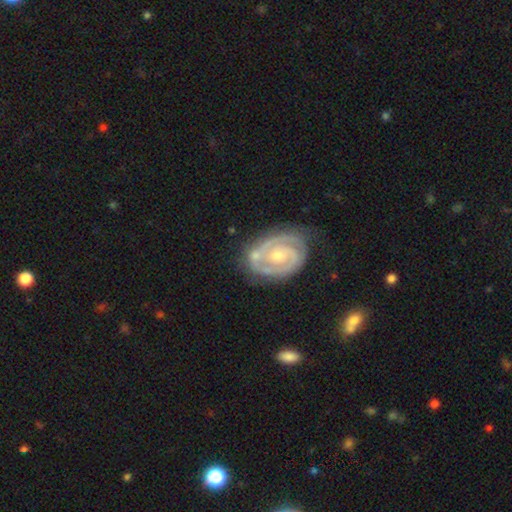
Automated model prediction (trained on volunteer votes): Q: Smooth or featured?
A: featured or disk (89%); runner-up: smooth (7%)
Q: Edge-on disk?
A: no (98%); runner-up: yes (2%)
Q: Bar?
A: no (62%); runner-up: weak (30%)
Q: Spiral arms?
A: yes (97%); runner-up: no (3%)
Q: Spiral winding?
A: tight (73%); runner-up: medium (23%)
Q: Spiral arm count?
A: 2 (76%); runner-up: 3 (9%)
Q: Bulge size?
A: small (57%); runner-up: moderate (38%)
Q: Merging?
A: none (69%); runner-up: minor disturbance (20%)